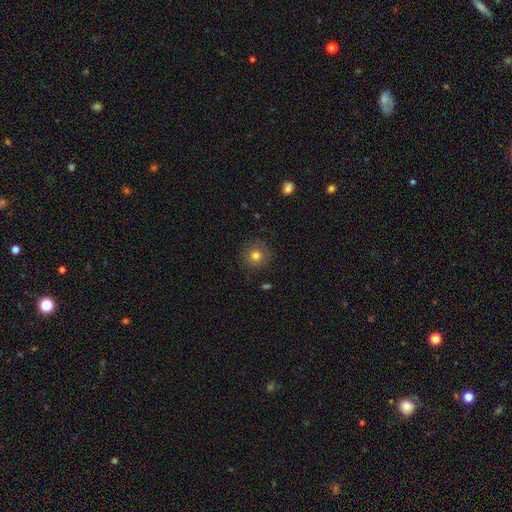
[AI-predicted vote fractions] Smooth or featured: smooth — 79% (star or artifact — 12%)
How rounded: round — 93% (in between — 6%)
Merging: none — 87% (minor disturbance — 9%)